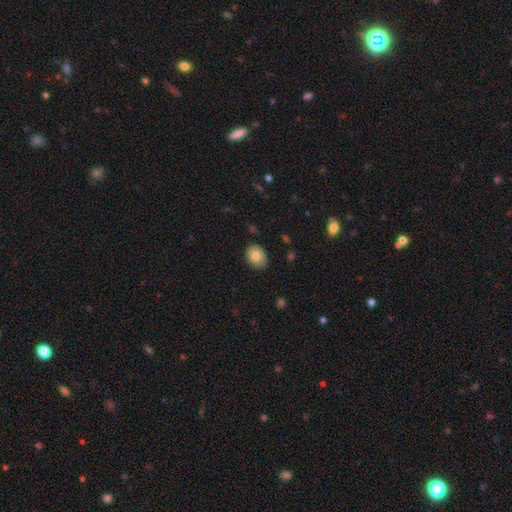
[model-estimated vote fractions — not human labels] Overall: smooth (79%). How rounded: in between (54%; round 45%). Merging: none (81%).